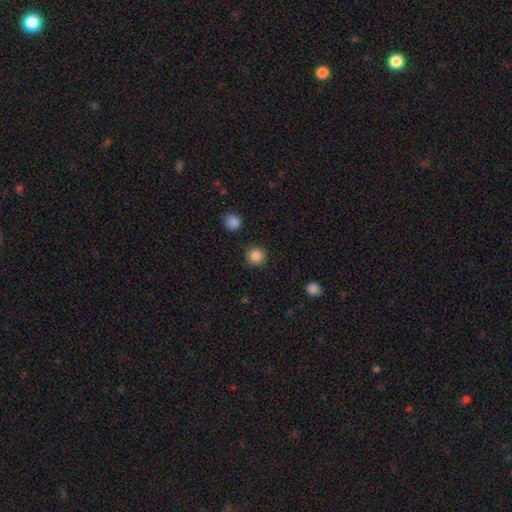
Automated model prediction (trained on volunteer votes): Morphology: type=smooth (86%); roundness=round (95%); merging=none (90%).